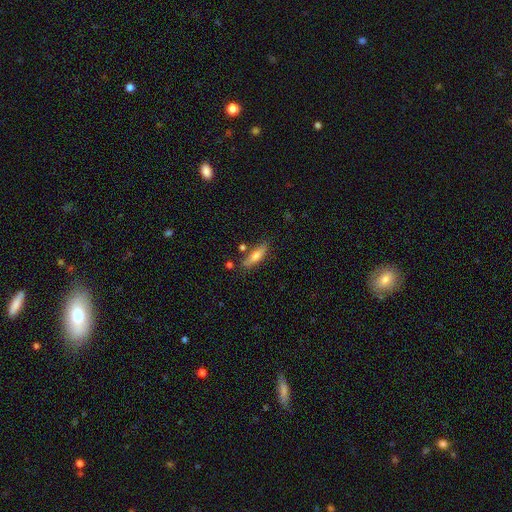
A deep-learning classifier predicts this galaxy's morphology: smooth 66%, featured or disk 27%, star or artifact 7%. Down the decision tree: how rounded — cigar-shaped (56%); merging — none (73%).